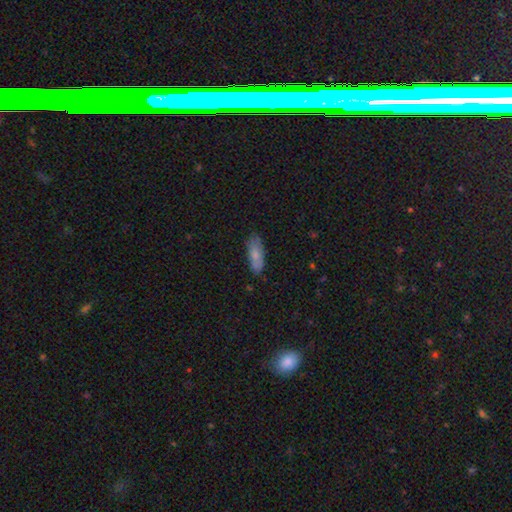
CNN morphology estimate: smooth_or_featured: smooth (p=0.78) [alt: featured or disk p=0.16]
how_rounded: in between (p=0.70) [alt: cigar-shaped p=0.28]
merging: none (p=0.76) [alt: minor disturbance p=0.19]